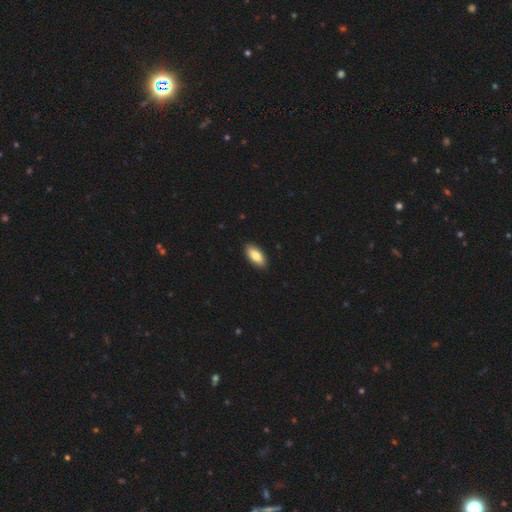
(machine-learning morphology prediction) The model was most divided on "smooth or featured": smooth: 86%, featured or disk: 9%, star or artifact: 6%. More confident: merging — none (90%); how rounded — in between (89%).